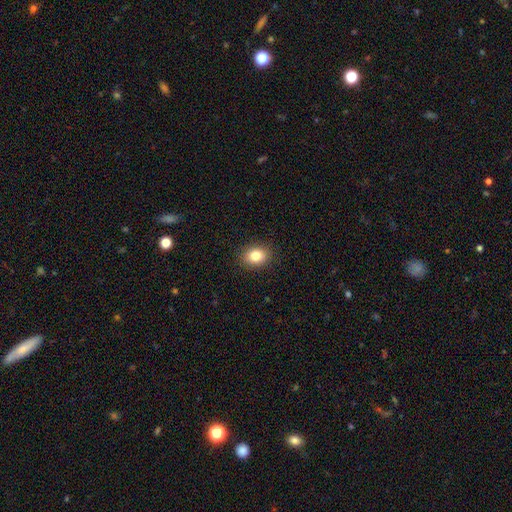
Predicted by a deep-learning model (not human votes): This appears to be a smooth galaxy with no disk features (82%) that is in between round and cigar-shaped (55%). Merging: none (90%).